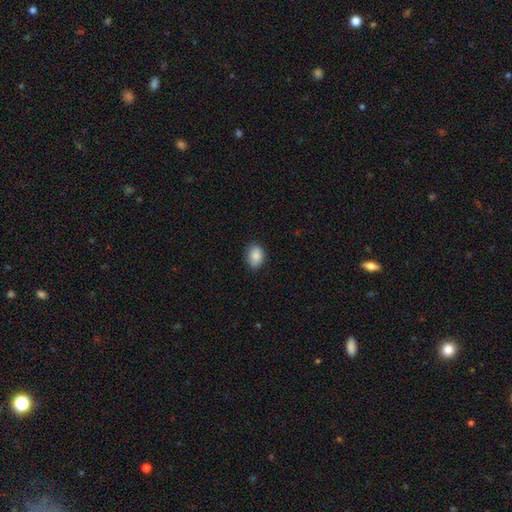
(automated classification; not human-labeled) smooth 88%, star or artifact 7%, featured or disk 4%. Down the decision tree: how rounded — in between (72%); merging — none (84%).